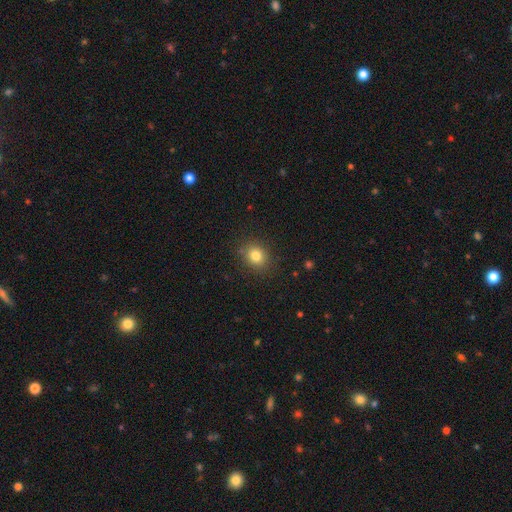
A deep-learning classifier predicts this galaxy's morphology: Overall: smooth (81%). How rounded: round (64%; in between 35%). Merging: none (86%).